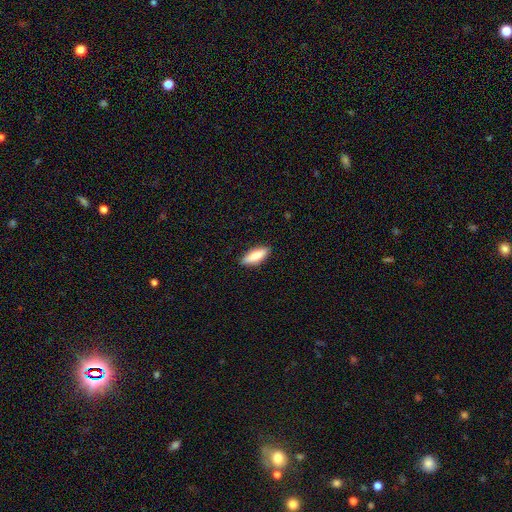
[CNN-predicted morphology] smooth-or-featured: smooth: 81% | featured or disk: 13% | star or artifact: 6%
  how-rounded: in between: 62% | cigar-shaped: 36% | round: 2%
  merging: none: 88% | minor disturbance: 10% | major disturbance: 2% | merger: 1%